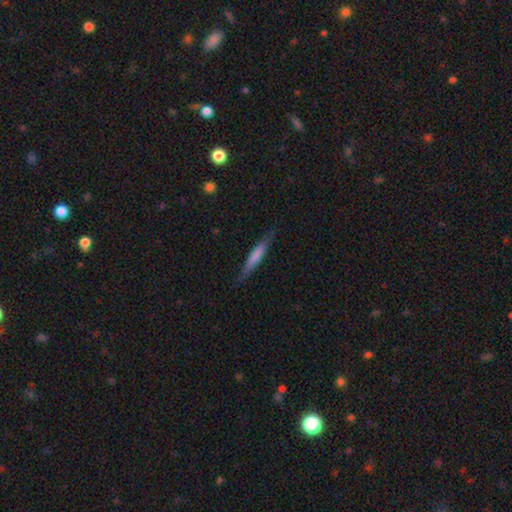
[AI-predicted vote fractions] A smooth galaxy with no disk features (62%) that is cigar-shaped (91%).

Vote fractions:
- Smooth or featured? smooth: 62% / featured or disk: 32% / star or artifact: 6%
- How rounded? cigar-shaped: 91% / in between: 7% / round: 1%
- Merging? none: 84% / minor disturbance: 12% / major disturbance: 3% / merger: 1%